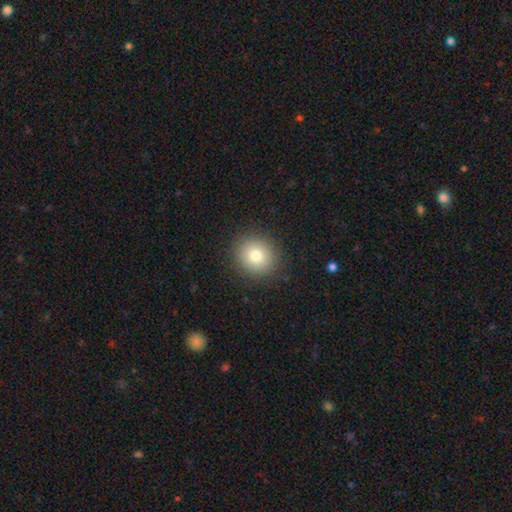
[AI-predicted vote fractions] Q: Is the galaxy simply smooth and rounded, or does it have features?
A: smooth — 80%.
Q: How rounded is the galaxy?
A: round — 85%.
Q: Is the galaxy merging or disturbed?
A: none — 89%.